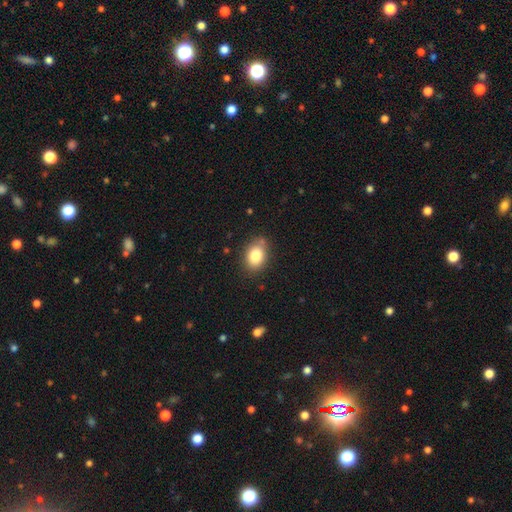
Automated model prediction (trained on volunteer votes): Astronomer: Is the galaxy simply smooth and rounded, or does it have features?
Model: smooth — 82%.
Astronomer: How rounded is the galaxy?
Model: in between — 71%.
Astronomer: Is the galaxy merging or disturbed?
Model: none — 78%.